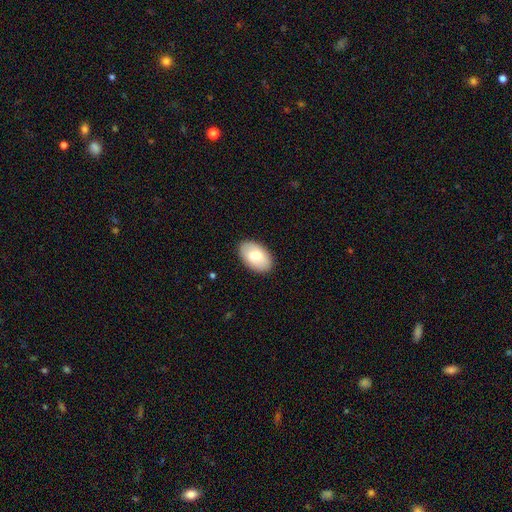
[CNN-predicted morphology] Smooth or featured: smooth — 75% (featured or disk — 19%)
How rounded: in between — 92% (round — 7%)
Merging: none — 89% (minor disturbance — 8%)